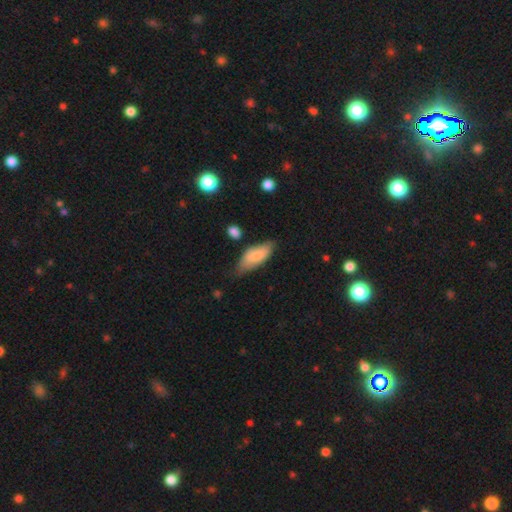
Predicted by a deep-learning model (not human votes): Smooth or featured? Predicted: smooth (p=0.74). How rounded? Predicted: in between (p=0.79). Merging? Predicted: none (p=0.51).